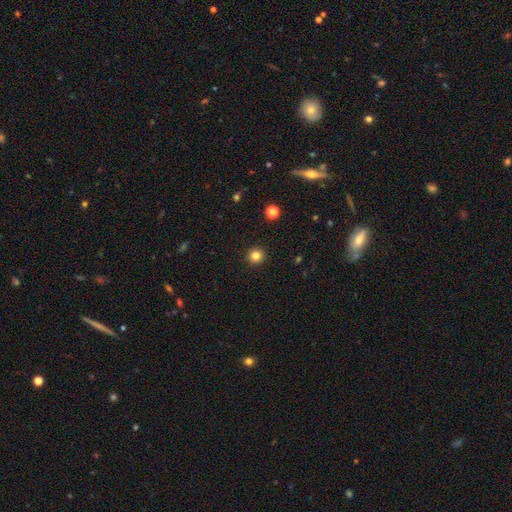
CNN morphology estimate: Q: Smooth or featured?
A: smooth (82%); runner-up: star or artifact (13%)
Q: How rounded?
A: round (95%); runner-up: in between (4%)
Q: Merging?
A: none (93%); runner-up: minor disturbance (4%)